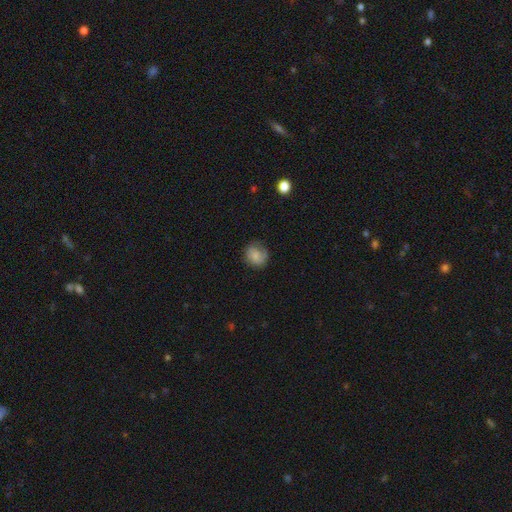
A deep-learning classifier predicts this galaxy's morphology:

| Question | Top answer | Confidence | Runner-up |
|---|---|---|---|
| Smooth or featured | smooth | 77% | featured or disk (15%) |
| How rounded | round | 78% | in between (21%) |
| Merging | none | 70% | minor disturbance (22%) |